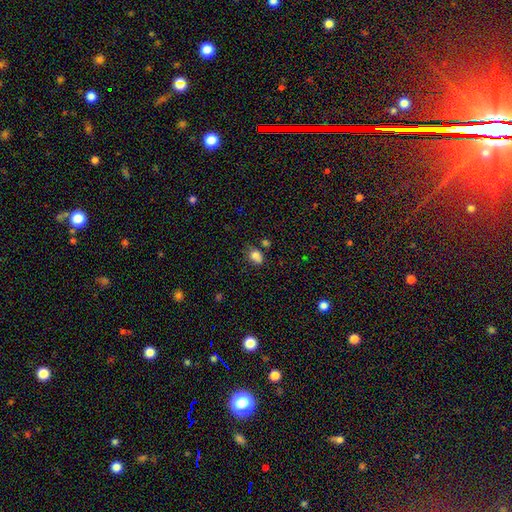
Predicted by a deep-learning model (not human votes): The model was most divided on "merging": none: 59%, minor disturbance: 25%, merger: 9%, major disturbance: 7%. More confident: smooth or featured — smooth (83%); how rounded — in between (71%).